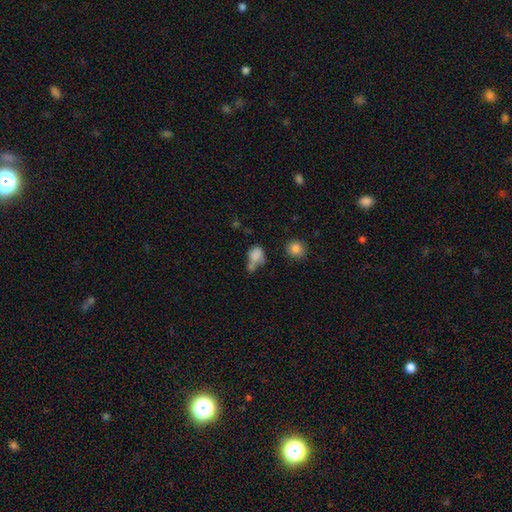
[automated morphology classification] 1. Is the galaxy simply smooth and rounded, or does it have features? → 74% smooth, 13% featured or disk, 12% star or artifact.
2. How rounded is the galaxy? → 61% in between, 37% round, 2% cigar-shaped.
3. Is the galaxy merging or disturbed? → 35% merger, 28% none, 21% minor disturbance, 17% major disturbance.